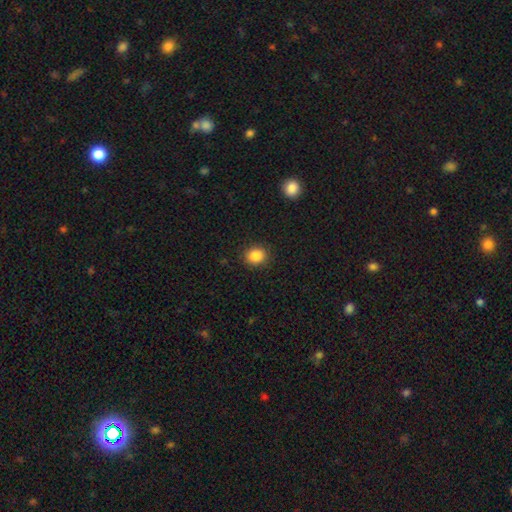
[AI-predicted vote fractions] smooth 87%, star or artifact 10%, featured or disk 4%. Down the decision tree: how rounded — round (75%); merging — none (90%).